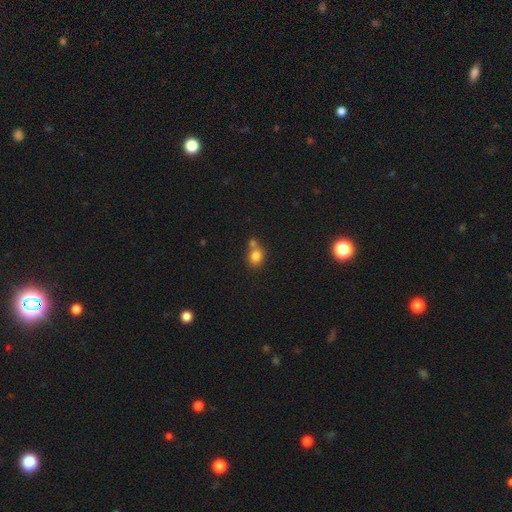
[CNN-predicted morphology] smooth_or_featured: smooth (p=0.80) [alt: star or artifact p=0.11]
how_rounded: round (p=0.60) [alt: in between p=0.39]
merging: none (p=0.46) [alt: merger p=0.39]